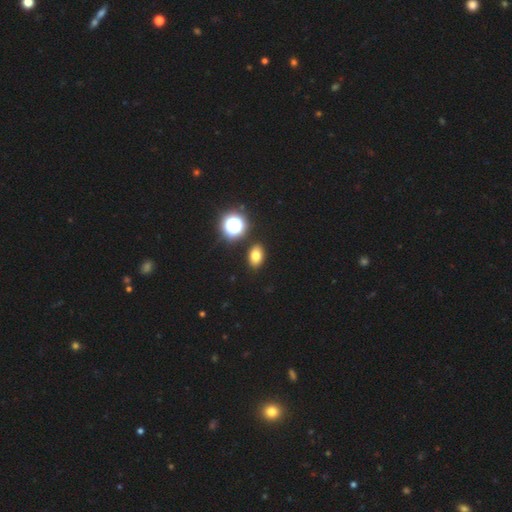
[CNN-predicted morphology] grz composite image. It shows a smooth galaxy with no disk features (75%) that is in between round and cigar-shaped (79%). Merging: none (88%).